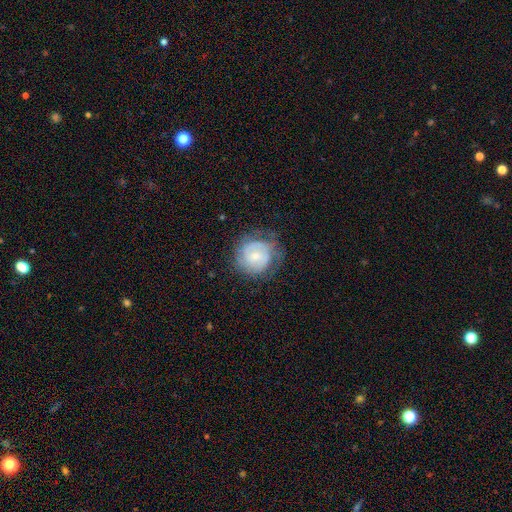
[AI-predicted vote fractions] smooth_or_featured: featured or disk (p=0.60) [alt: smooth p=0.33]
disk_edge_on: no (p=0.98) [alt: yes p=0.02]
bar: no (p=0.57) [alt: weak p=0.36]
has_spiral_arms: yes (p=0.83) [alt: no p=0.17]
bulge_size: small (p=0.56) [alt: moderate p=0.34]
merging: none (p=0.63) [alt: minor disturbance p=0.23]